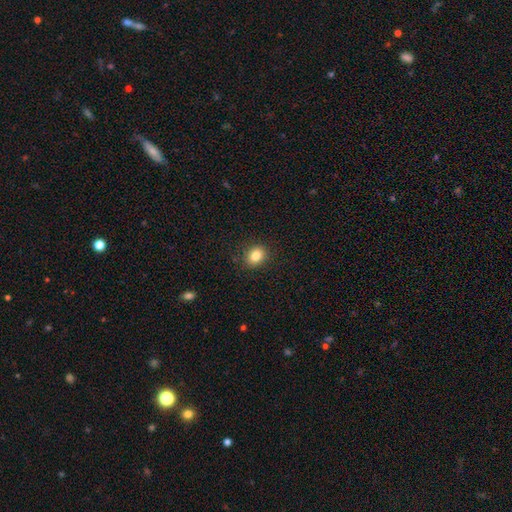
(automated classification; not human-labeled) The model was most divided on "how rounded": round: 52%, in between: 47%, cigar-shaped: 1%. More confident: merging — none (89%); smooth or featured — smooth (84%).